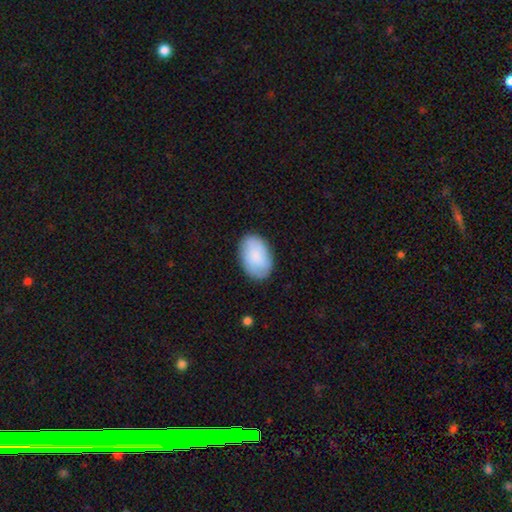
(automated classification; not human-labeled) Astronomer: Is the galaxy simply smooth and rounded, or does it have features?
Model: smooth — 85%.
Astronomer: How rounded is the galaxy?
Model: in between — 91%.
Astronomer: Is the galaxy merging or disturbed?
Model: none — 85%.